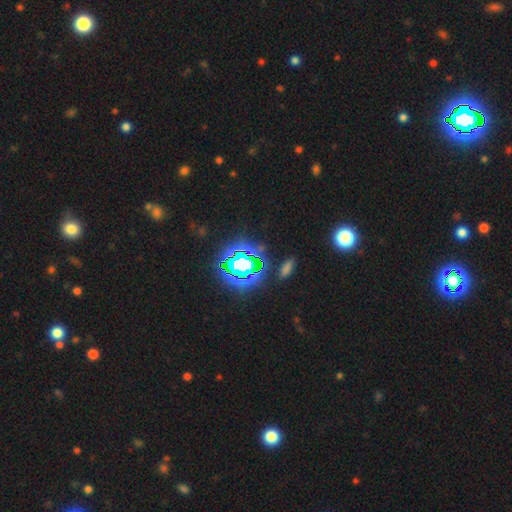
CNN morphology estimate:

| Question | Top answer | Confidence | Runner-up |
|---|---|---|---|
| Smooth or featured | star or artifact | 83% | smooth (10%) |